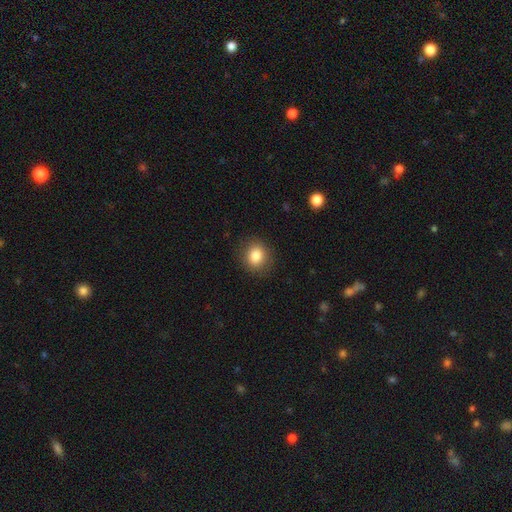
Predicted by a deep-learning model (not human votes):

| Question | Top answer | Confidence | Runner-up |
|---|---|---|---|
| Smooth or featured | smooth | 84% | star or artifact (10%) |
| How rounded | round | 74% | in between (25%) |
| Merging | none | 88% | minor disturbance (8%) |